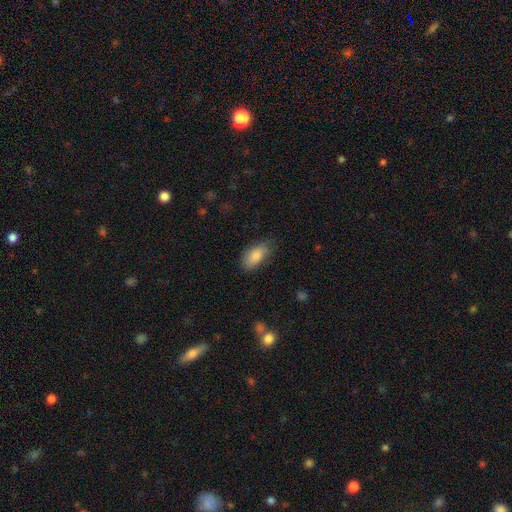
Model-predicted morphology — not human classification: smooth 86%, featured or disk 7%, star or artifact 7%. Down the decision tree: how rounded — in between (90%); merging — none (72%).